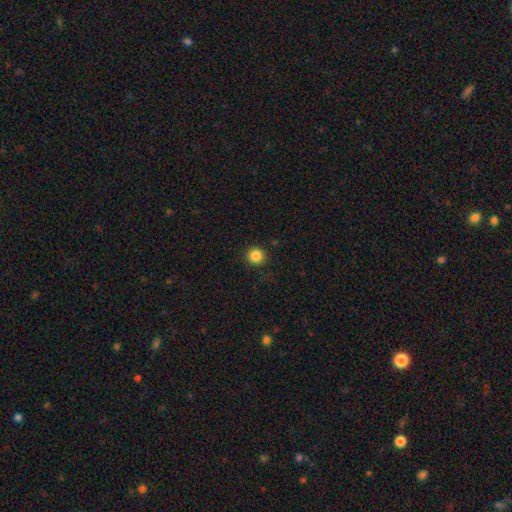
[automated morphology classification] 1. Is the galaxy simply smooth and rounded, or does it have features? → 85% smooth, 11% star or artifact, 4% featured or disk.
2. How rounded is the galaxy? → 94% round, 5% in between, 1% cigar-shaped.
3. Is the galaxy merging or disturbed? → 90% none, 7% minor disturbance, 2% major disturbance, 1% merger.